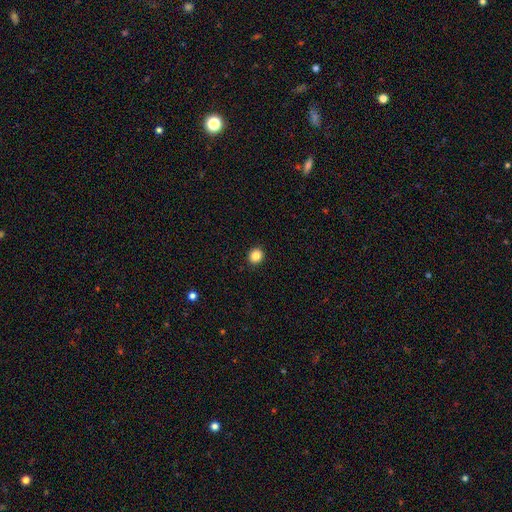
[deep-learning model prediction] This is clearly a smooth galaxy (86%). How rounded: clearly round (85%). Merging: clearly none (92%).